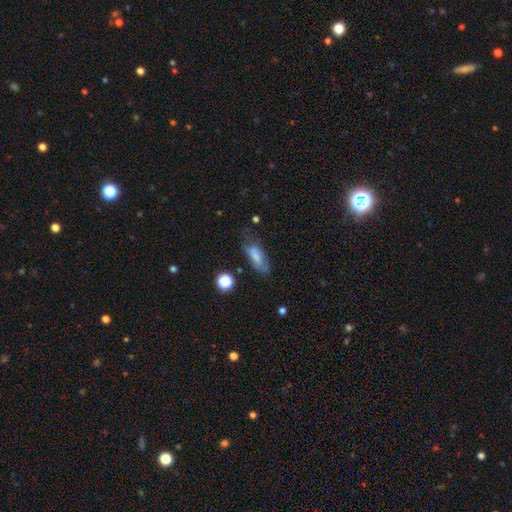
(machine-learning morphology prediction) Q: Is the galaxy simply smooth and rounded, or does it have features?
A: smooth — 62%.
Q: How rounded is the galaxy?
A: in between — 73%.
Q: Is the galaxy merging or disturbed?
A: none — 49%.